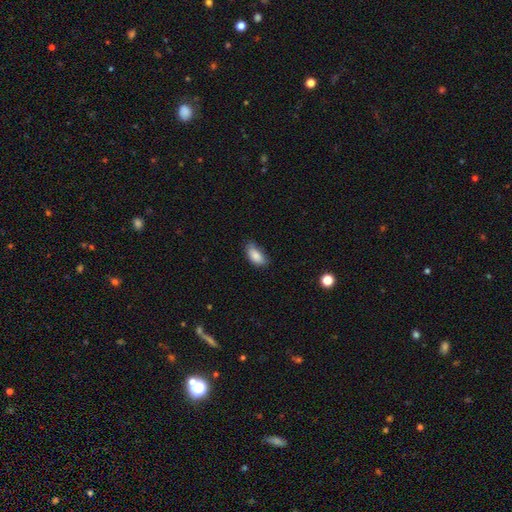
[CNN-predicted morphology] smooth_or_featured: smooth (p=0.86) [alt: star or artifact p=0.07]
how_rounded: in between (p=0.91) [alt: cigar-shaped p=0.06]
merging: none (p=0.62) [alt: minor disturbance p=0.31]